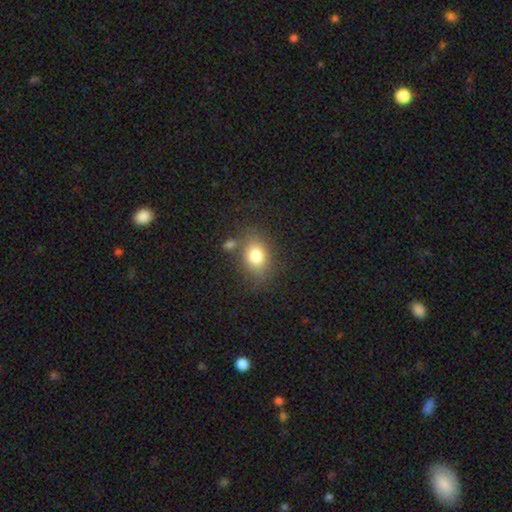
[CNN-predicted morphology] smooth-or-featured: smooth: 79% | featured or disk: 11% | star or artifact: 10%
  how-rounded: in between: 66% | round: 33% | cigar-shaped: 1%
  merging: none: 70% | minor disturbance: 15% | merger: 9% | major disturbance: 6%